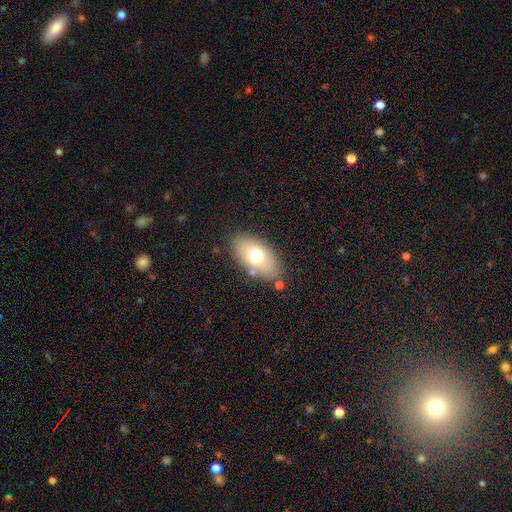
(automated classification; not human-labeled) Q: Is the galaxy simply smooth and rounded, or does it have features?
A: smooth — 67%.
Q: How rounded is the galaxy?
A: in between — 90%.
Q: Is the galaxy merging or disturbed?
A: none — 81%.